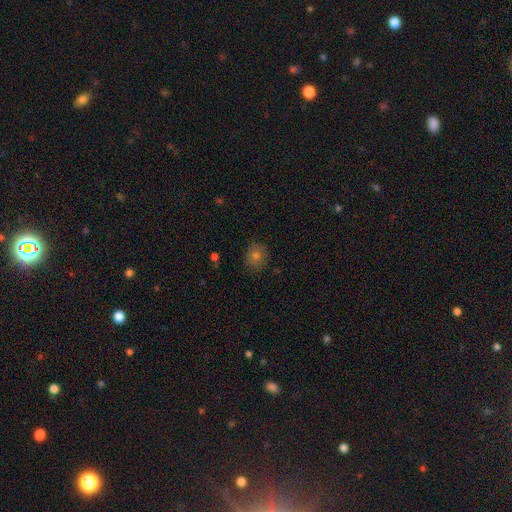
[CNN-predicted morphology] This is likely a smooth galaxy (68%). How rounded: likely round (74%). Merging: clearly none (84%).